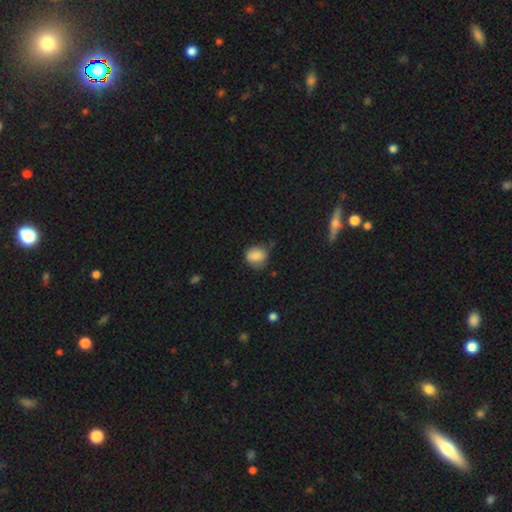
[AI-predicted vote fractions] smooth-or-featured: smooth: 83% | star or artifact: 9% | featured or disk: 9%
  how-rounded: round: 60% | in between: 38% | cigar-shaped: 1%
  merging: none: 60% | minor disturbance: 30% | major disturbance: 8% | merger: 2%